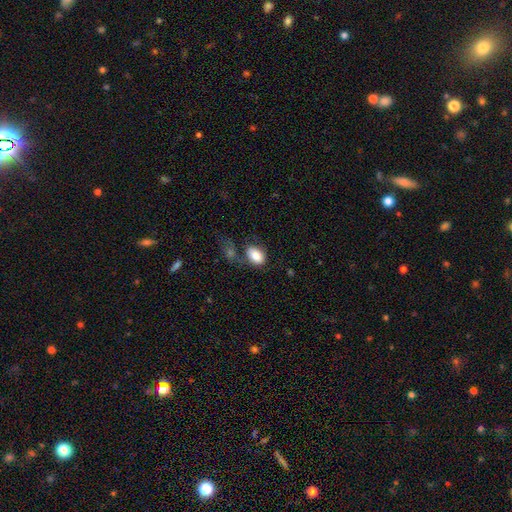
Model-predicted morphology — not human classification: smooth-or-featured: smooth: 83% | featured or disk: 10% | star or artifact: 7%
  how-rounded: in between: 87% | round: 11% | cigar-shaped: 1%
  merging: none: 48% | minor disturbance: 20% | merger: 19% | major disturbance: 13%